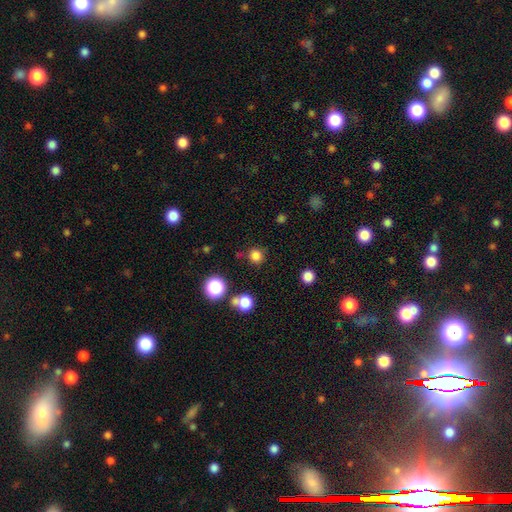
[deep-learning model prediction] Smooth or featured: smooth — 80% (star or artifact — 16%)
How rounded: round — 93% (in between — 6%)
Merging: none — 84% (minor disturbance — 8%)